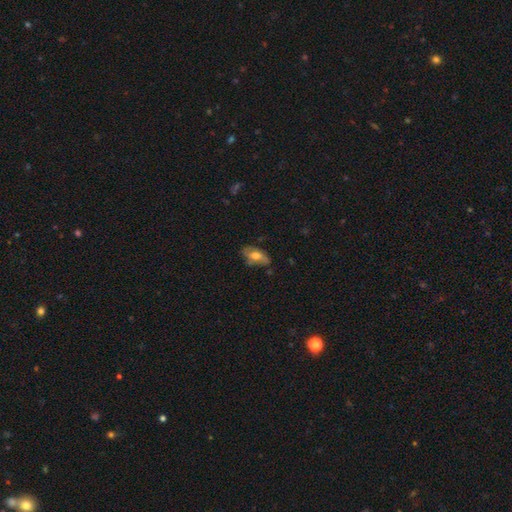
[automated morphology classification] Smooth or featured? Predicted: smooth (p=0.53). How rounded? Predicted: in between (p=0.89). Merging? Predicted: none (p=0.66).